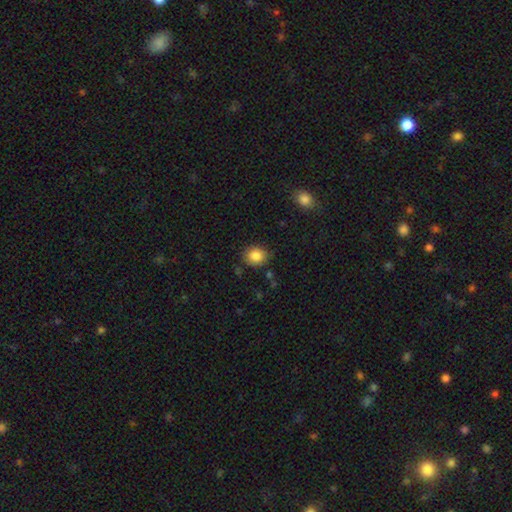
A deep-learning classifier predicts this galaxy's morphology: smooth 86%, star or artifact 9%, featured or disk 5%. Down the decision tree: how rounded — round (73%); merging — none (84%).